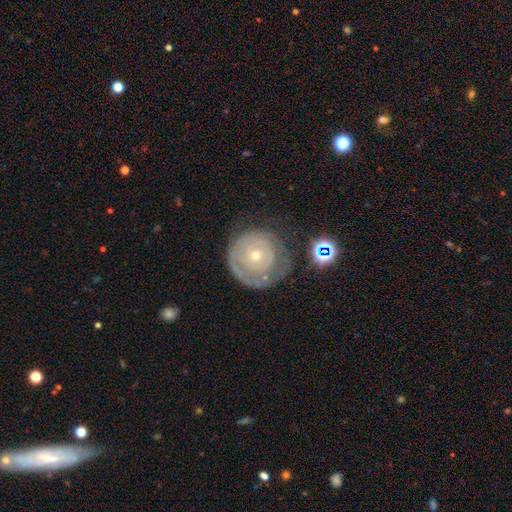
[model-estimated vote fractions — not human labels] smooth_or_featured: featured or disk (p=0.64) [alt: smooth p=0.29]
disk_edge_on: no (p=0.97) [alt: yes p=0.03]
bar: no (p=0.89) [alt: weak p=0.09]
has_spiral_arms: yes (p=0.62) [alt: no p=0.38]
bulge_size: small (p=0.73) [alt: moderate p=0.23]
merging: none (p=0.58) [alt: minor disturbance p=0.22]